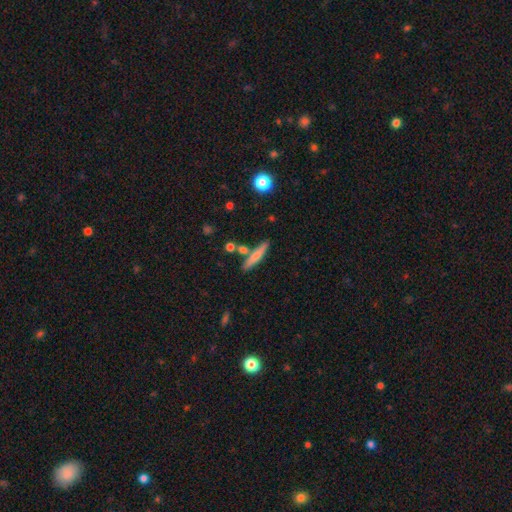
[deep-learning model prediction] Overall: smooth (61%; featured or disk 32%). How rounded: cigar-shaped (89%). Merging: none (76%).